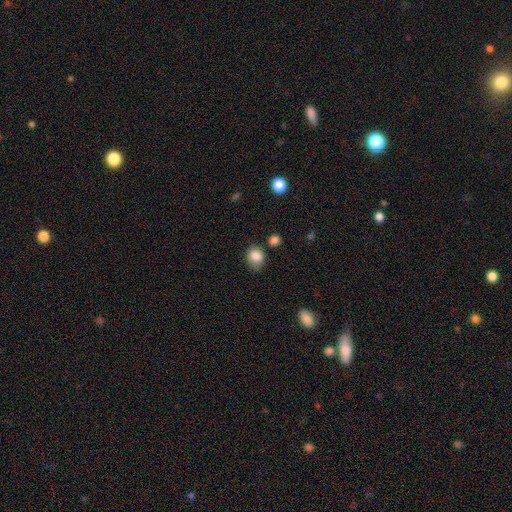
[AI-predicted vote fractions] The model was most divided on "how rounded": round: 65%, in between: 34%, cigar-shaped: 1%. More confident: smooth or featured — smooth (85%); merging — none (67%).